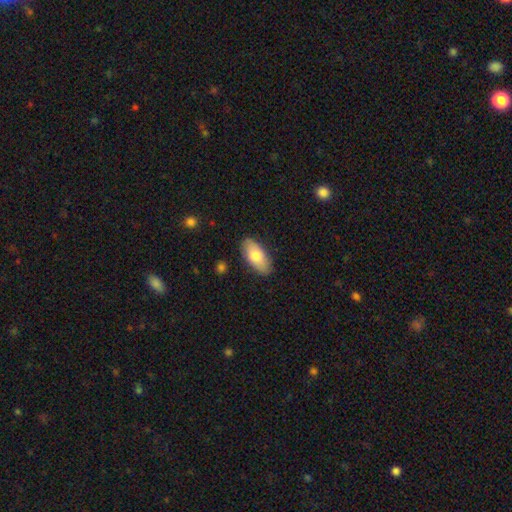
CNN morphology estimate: smooth_or_featured: smooth (p=0.75) [alt: featured or disk p=0.19]
how_rounded: in between (p=0.91) [alt: cigar-shaped p=0.07]
merging: none (p=0.85) [alt: minor disturbance p=0.11]